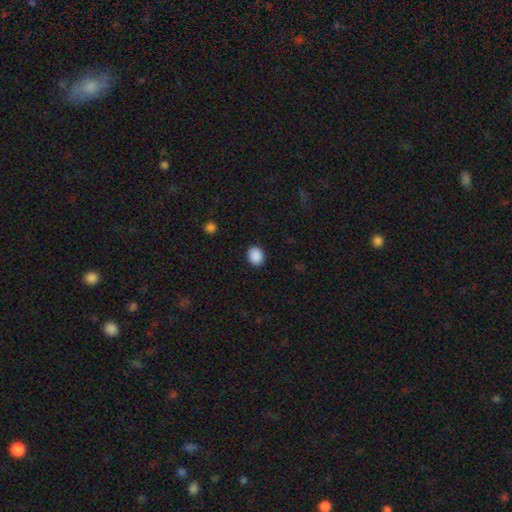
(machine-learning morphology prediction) smooth-or-featured: smooth: 89% | star or artifact: 8% | featured or disk: 2%
  how-rounded: round: 61% | in between: 38% | cigar-shaped: 1%
  merging: none: 90% | minor disturbance: 7% | major disturbance: 2% | merger: 1%